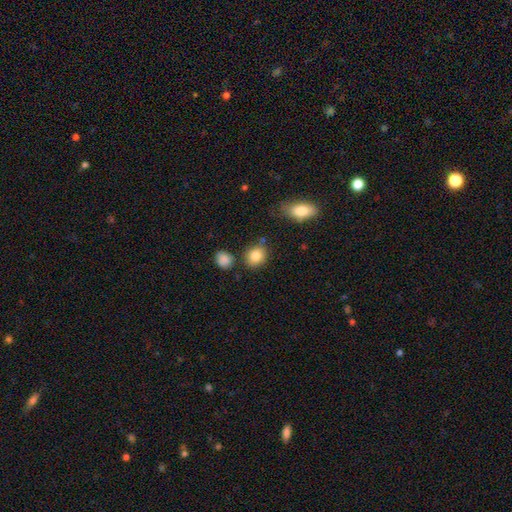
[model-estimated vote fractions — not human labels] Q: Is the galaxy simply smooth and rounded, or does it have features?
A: smooth — 85%.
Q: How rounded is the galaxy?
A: round — 67%.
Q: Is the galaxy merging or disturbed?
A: none — 77%.